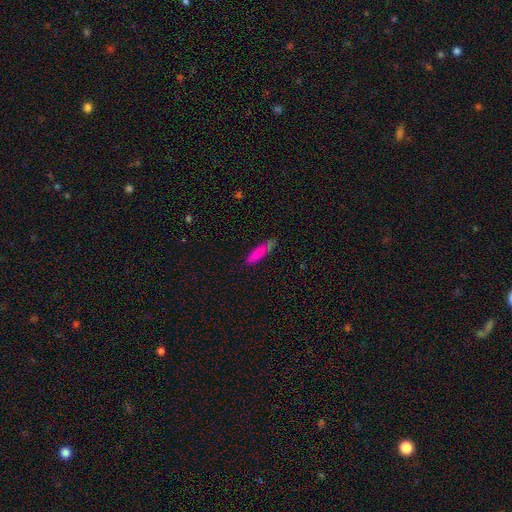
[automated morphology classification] Smooth or featured? smooth (69%)
How rounded? cigar-shaped (82%)
Merging? none (79%)